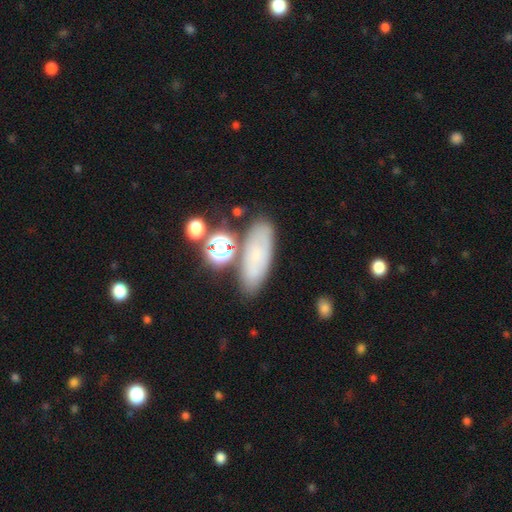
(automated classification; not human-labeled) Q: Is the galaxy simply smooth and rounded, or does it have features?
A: smooth — 59%.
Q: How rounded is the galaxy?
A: in between — 66%.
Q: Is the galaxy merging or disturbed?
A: none — 71%.